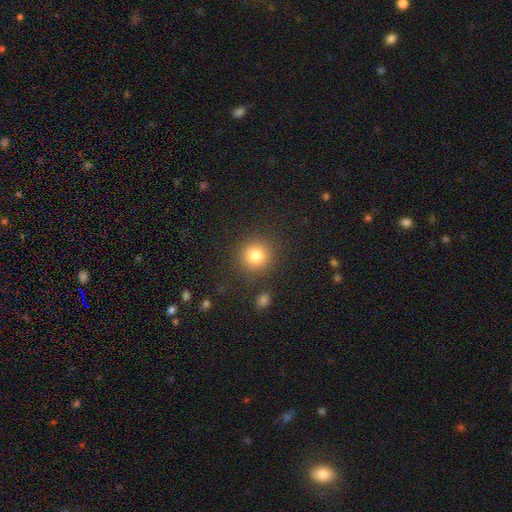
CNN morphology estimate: Smooth or featured? Predicted: smooth (p=0.81). How rounded? Predicted: round (p=0.91). Merging? Predicted: none (p=0.85).